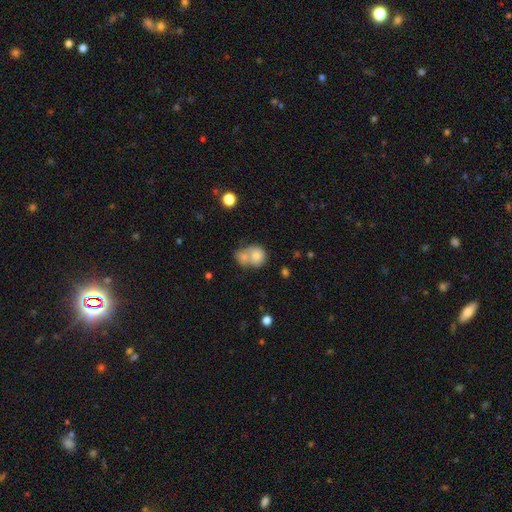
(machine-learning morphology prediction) Overall: smooth (79%). How rounded: round (74%). Merging: merger (62%; none 27%).